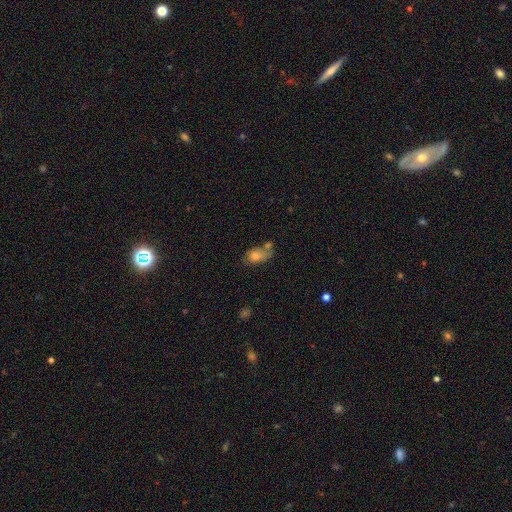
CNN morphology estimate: The model was most divided on "merging": none: 42%, minor disturbance: 25%, merger: 23%, major disturbance: 10%. More confident: how rounded — in between (85%); smooth or featured — smooth (72%).